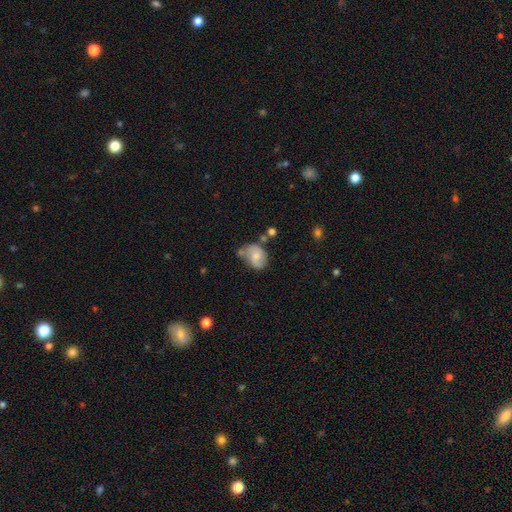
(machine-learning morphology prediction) smooth_or_featured: smooth (p=0.50) [alt: featured or disk p=0.42]
merging: none (p=0.42) [alt: minor disturbance p=0.31]